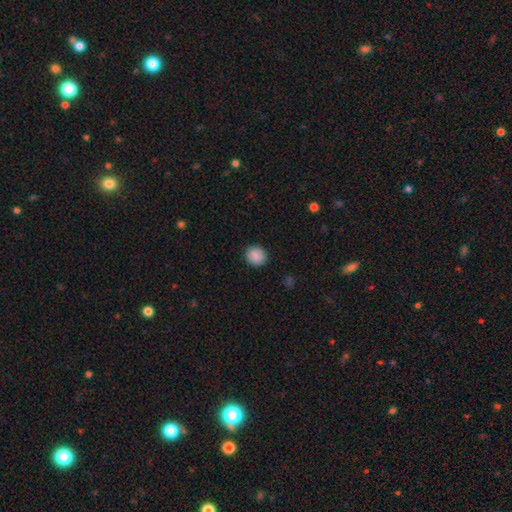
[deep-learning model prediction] Morphology: type=smooth (88%); roundness=round (87%); merging=none (90%).